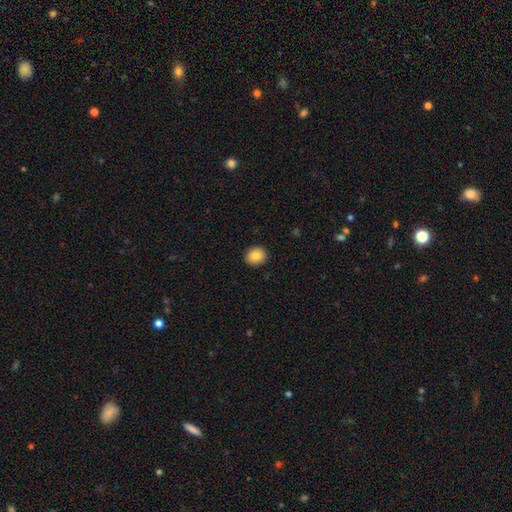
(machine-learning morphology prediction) type=smooth (85%); roundness=round (74%); merging=none (90%).